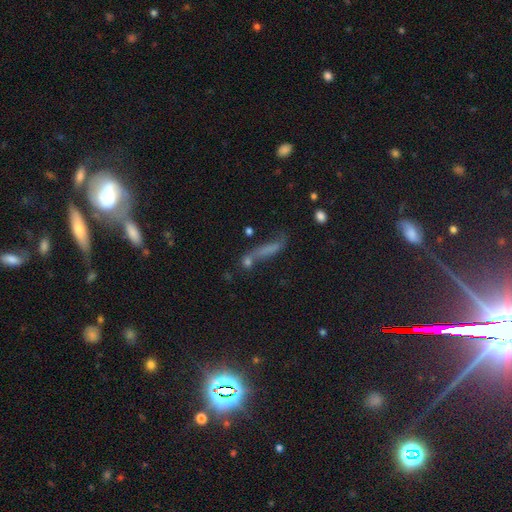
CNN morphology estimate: smooth_or_featured: star or artifact (p=0.37) [alt: featured or disk p=0.32]